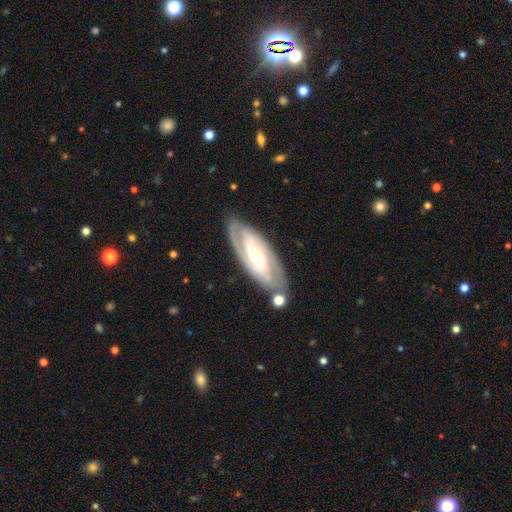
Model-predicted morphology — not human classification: A featured or disk galaxy (86%) with no bar (38%), 2 (73%) tight (52%) spiral arms (95%) and a moderate central bulge (54%).

Vote fractions:
- Smooth or featured? featured or disk: 86% / smooth: 10% / star or artifact: 5%
- Edge-on disk? no: 91% / yes: 9%
- Bar? no: 38% / weak: 37% / strong: 25%
- Spiral arms? yes: 95% / no: 5%
- Spiral winding? tight: 52% / medium: 39% / loose: 9%
- Spiral arm count? 2: 73% / 3: 11% / can't tell: 10% / 4: 2% / 1: 2% / more than 4: 2%
- Bulge size? moderate: 54% / small: 41% / large: 4% / none: 1% / dominant: 1%
- Merging? none: 80% / minor disturbance: 13% / merger: 4% / major disturbance: 4%